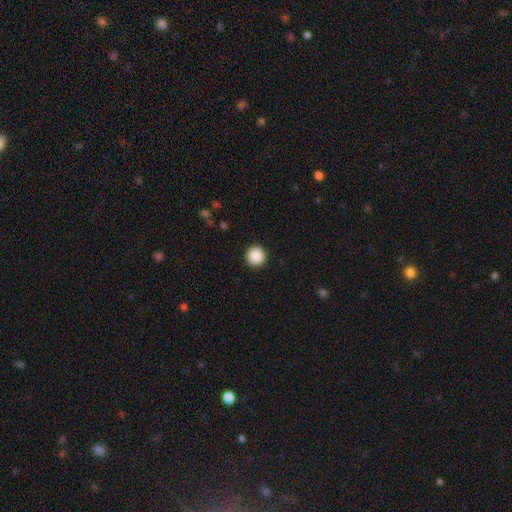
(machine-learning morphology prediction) smooth 89%, star or artifact 9%, featured or disk 2%. Down the decision tree: how rounded — round (96%); merging — none (93%).